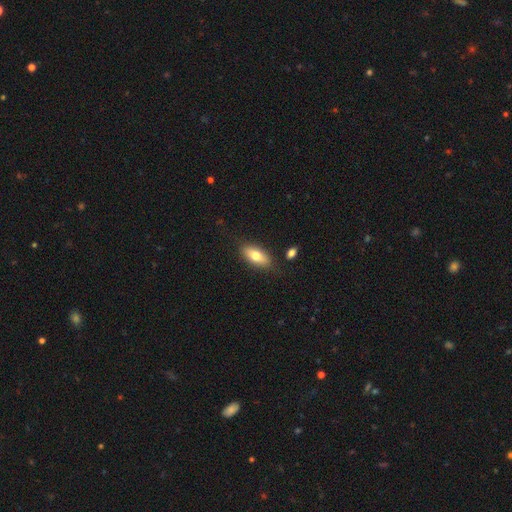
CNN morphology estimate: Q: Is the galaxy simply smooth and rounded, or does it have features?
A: smooth — 74%.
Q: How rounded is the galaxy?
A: in between — 83%.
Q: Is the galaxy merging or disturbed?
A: none — 81%.